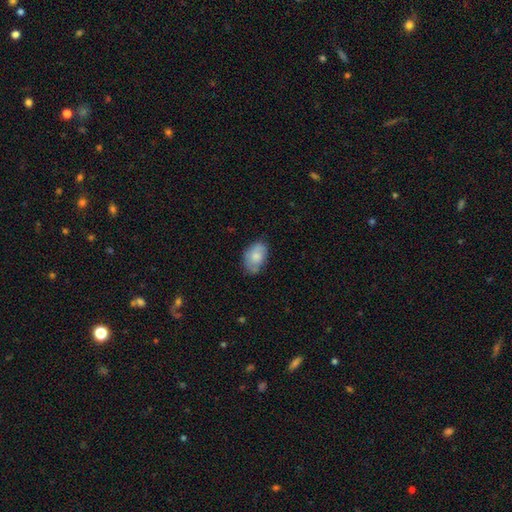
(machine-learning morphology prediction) A smooth galaxy with no disk features (73%) that is in between round and cigar-shaped (88%). Merging: none (64%).